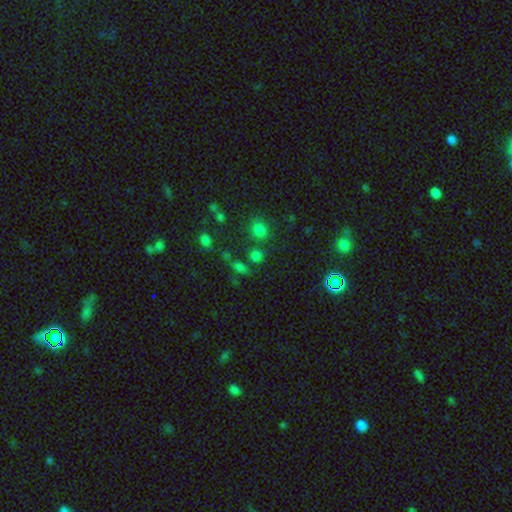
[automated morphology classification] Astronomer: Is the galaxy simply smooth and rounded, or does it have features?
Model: smooth — 65%.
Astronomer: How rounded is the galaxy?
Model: round — 72%.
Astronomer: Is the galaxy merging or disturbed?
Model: none — 64%.